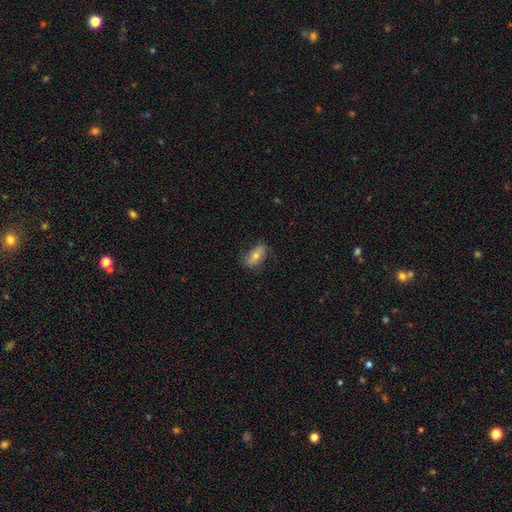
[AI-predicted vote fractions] Q: Smooth or featured?
A: smooth (61%); runner-up: featured or disk (30%)
Q: How rounded?
A: in between (87%); runner-up: cigar-shaped (7%)
Q: Merging?
A: none (73%); runner-up: minor disturbance (20%)